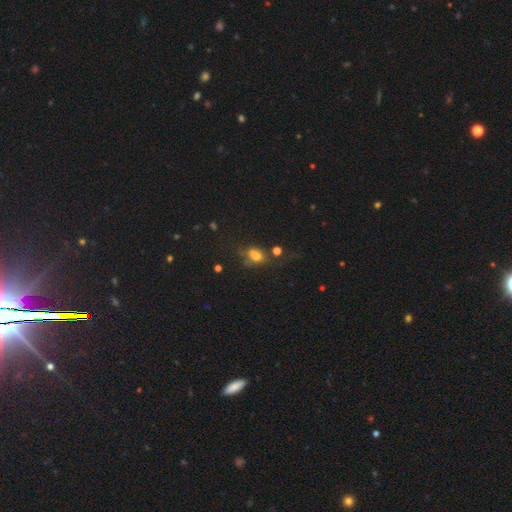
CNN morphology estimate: Overall: smooth (65%). How rounded: in between (62%; round 35%). Merging: none (39%; merger 23%).